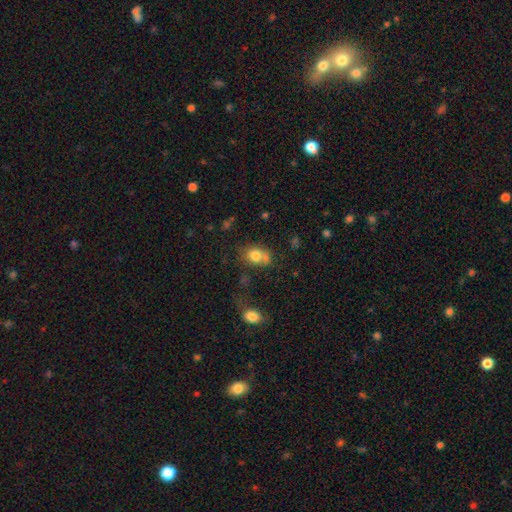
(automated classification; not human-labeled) Q: Smooth or featured?
A: smooth (76%); runner-up: featured or disk (13%)
Q: How rounded?
A: in between (57%); runner-up: round (41%)
Q: Merging?
A: none (46%); runner-up: merger (21%)